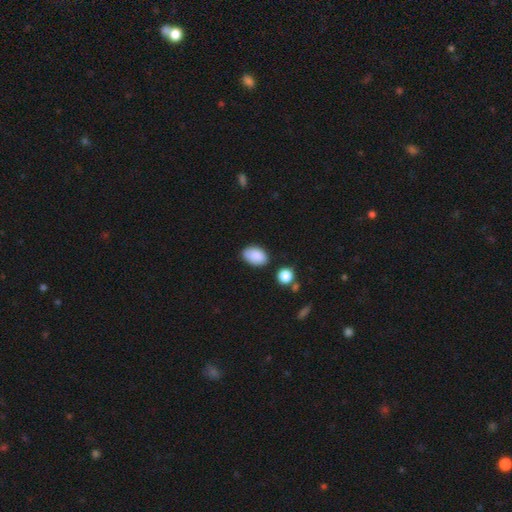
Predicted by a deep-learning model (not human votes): Smooth or featured? Predicted: smooth (p=0.87). How rounded? Predicted: in between (p=0.89). Merging? Predicted: none (p=0.77).